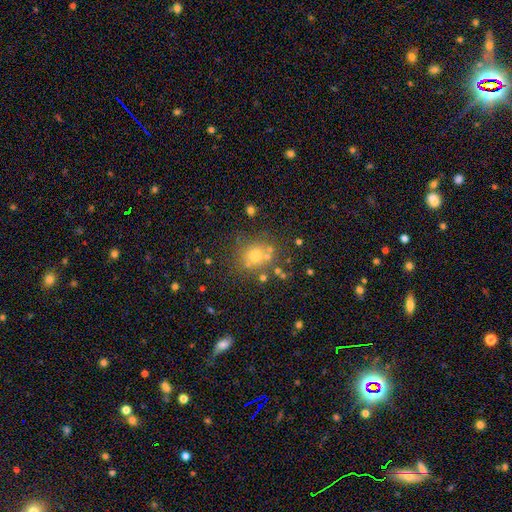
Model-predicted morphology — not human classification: Smooth or featured? smooth (63%)
How rounded? round (80%)
Merging? none (68%)